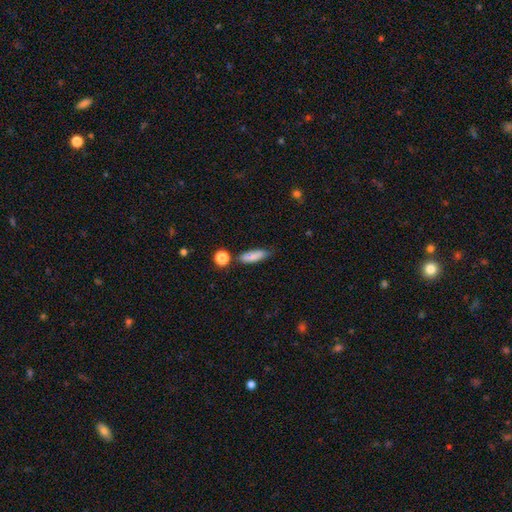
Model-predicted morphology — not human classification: Smooth or featured?
  - smooth: 83% *
  - featured or disk: 9%
  - star or artifact: 8%
How rounded?
  - in between: 50% *
  - cigar-shaped: 46%
  - round: 4%
Merging?
  - none: 67% *
  - minor disturbance: 20%
  - merger: 8%
  - major disturbance: 5%